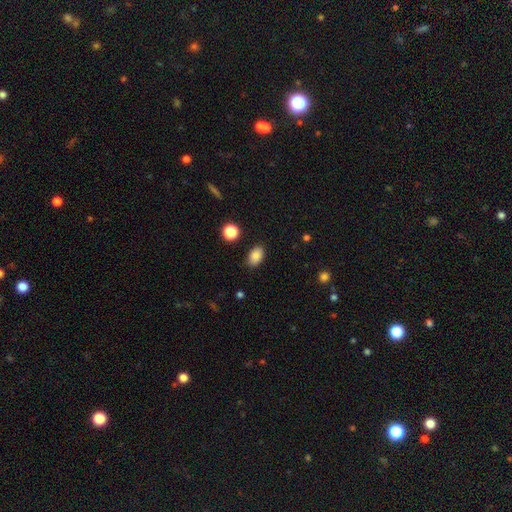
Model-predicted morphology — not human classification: smooth_or_featured: smooth (p=0.86) [alt: star or artifact p=0.09]
how_rounded: in between (p=0.86) [alt: round p=0.13]
merging: none (p=0.87) [alt: minor disturbance p=0.09]